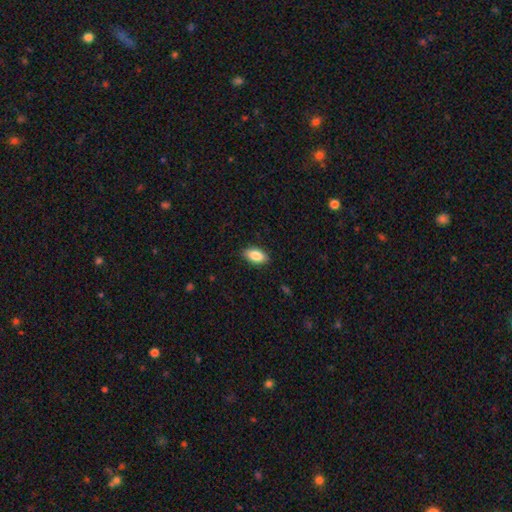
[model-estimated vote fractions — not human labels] smooth_or_featured: smooth (p=0.85) [alt: featured or disk p=0.08]
how_rounded: in between (p=0.91) [alt: cigar-shaped p=0.04]
merging: none (p=0.88) [alt: minor disturbance p=0.09]